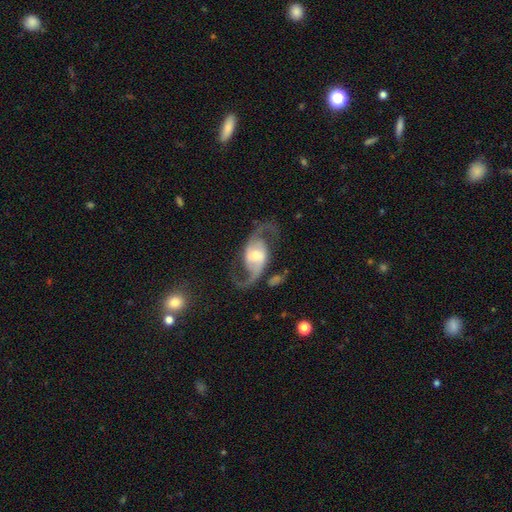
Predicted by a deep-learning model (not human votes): The model was most divided on "bar": weak: 42%, no: 38%, strong: 21%. More confident: edge-on disk — no (96%); spiral arms — yes (96%); spiral arm count — 2 (93%); smooth or featured — featured or disk (89%); merging — none (73%); bulge size — moderate (57%); spiral winding — loose (53%).